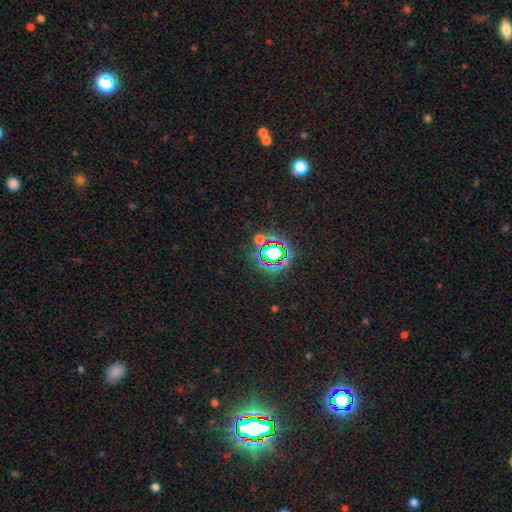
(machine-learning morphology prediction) Smooth or featured? star or artifact (79%)